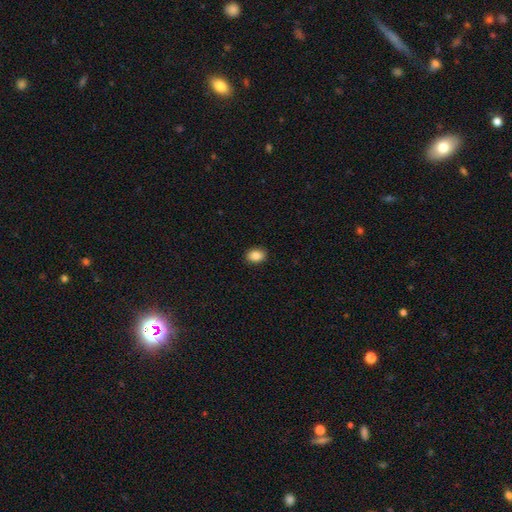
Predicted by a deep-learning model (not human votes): smooth-or-featured: smooth: 87% | star or artifact: 8% | featured or disk: 4%
  how-rounded: in between: 71% | round: 28% | cigar-shaped: 1%
  merging: none: 90% | minor disturbance: 7% | major disturbance: 2% | merger: 1%